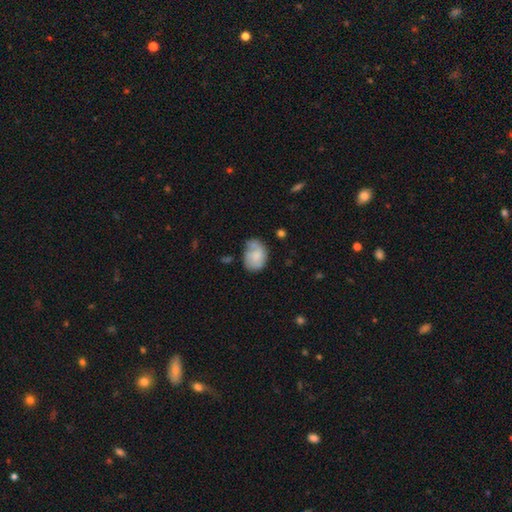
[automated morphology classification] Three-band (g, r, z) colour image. It shows a smooth galaxy with no disk features (56%) that is in between round and cigar-shaped (68%). Merging: none (47%).